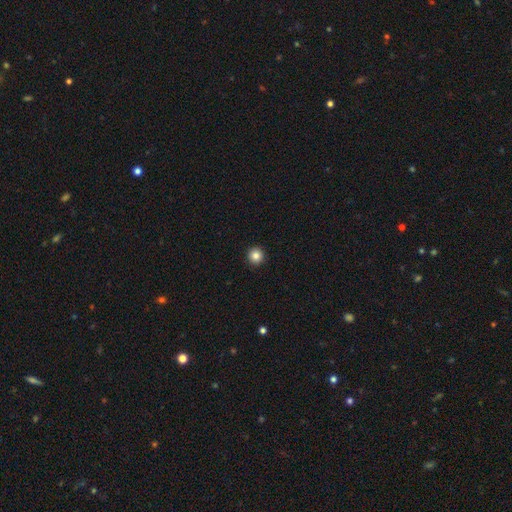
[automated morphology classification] smooth 84%, star or artifact 11%, featured or disk 5%. Down the decision tree: how rounded — round (96%); merging — none (94%).